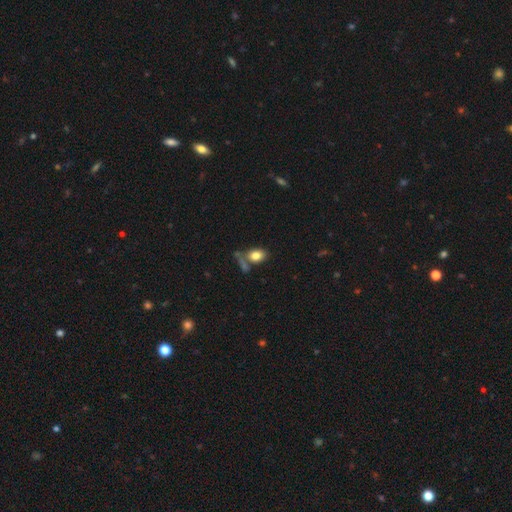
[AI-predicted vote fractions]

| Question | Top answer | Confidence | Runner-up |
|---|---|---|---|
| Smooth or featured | smooth | 81% | featured or disk (10%) |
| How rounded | in between | 80% | round (18%) |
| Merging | none | 57% | merger (21%) |